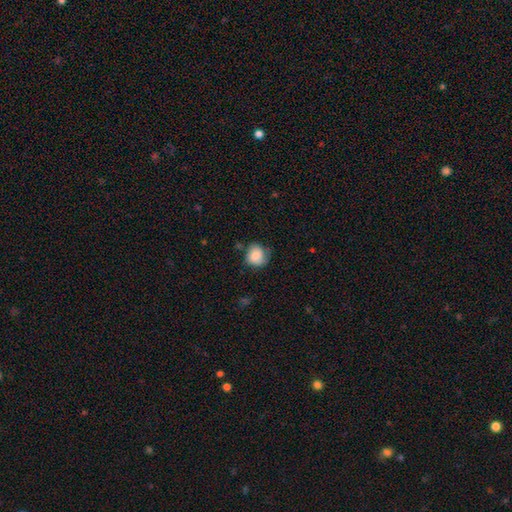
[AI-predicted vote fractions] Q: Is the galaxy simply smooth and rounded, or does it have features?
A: smooth — 74%.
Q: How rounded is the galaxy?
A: round — 80%.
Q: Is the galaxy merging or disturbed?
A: none — 62%.